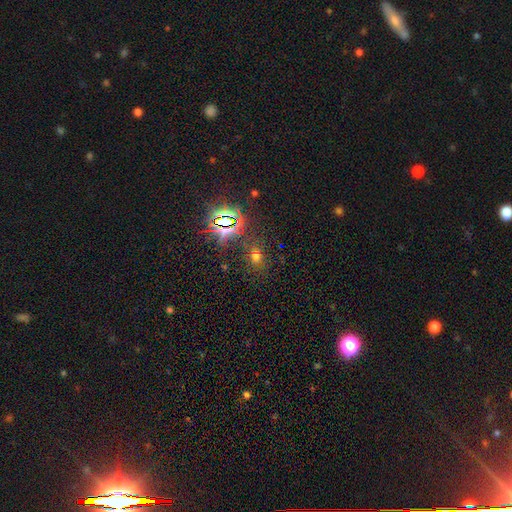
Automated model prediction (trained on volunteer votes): This appears to be a smooth galaxy with no disk features (46%). Merging: none (75%).